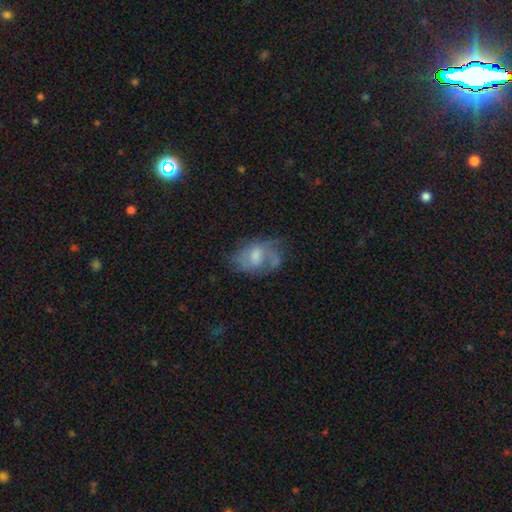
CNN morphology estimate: featured or disk 57%, smooth 33%, star or artifact 10%. Down the decision tree: edge-on disk — no (96%); bar — no (57%); spiral arms — yes (69%); bulge size — moderate (51%); merging — none (46%).